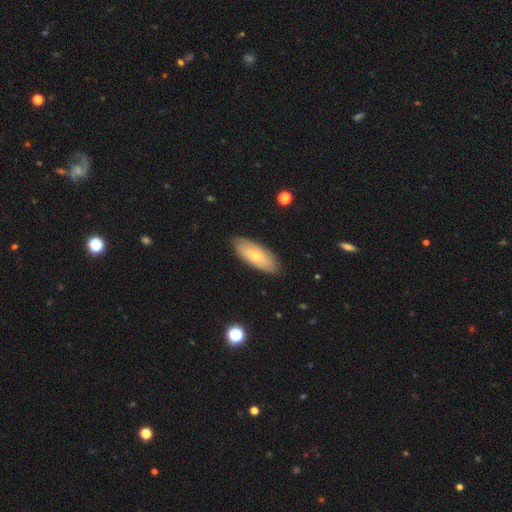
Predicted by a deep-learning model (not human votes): smooth-or-featured: smooth: 51% | featured or disk: 42% | star or artifact: 6%
  how-rounded: in between: 81% | cigar-shaped: 17% | round: 3%
  merging: none: 85% | minor disturbance: 12% | major disturbance: 2% | merger: 1%